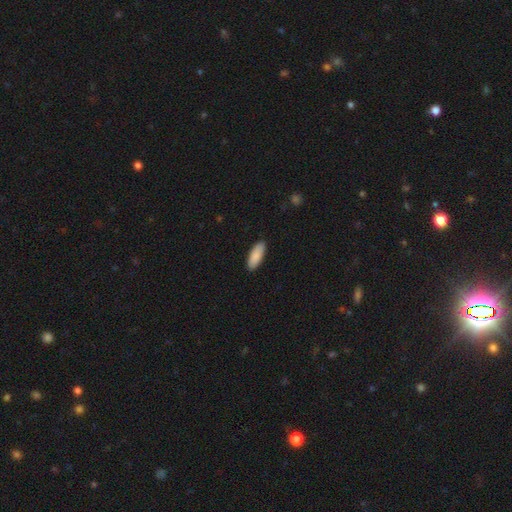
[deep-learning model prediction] Smooth or featured? Predicted: smooth (p=0.89). How rounded? Predicted: in between (p=0.75). Merging? Predicted: none (p=0.90).